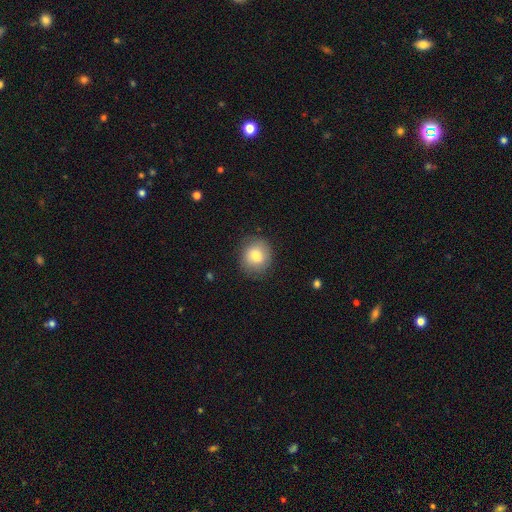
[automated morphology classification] This appears to be a smooth galaxy with no disk features (79%) that is round (78%). Merging: none (83%).